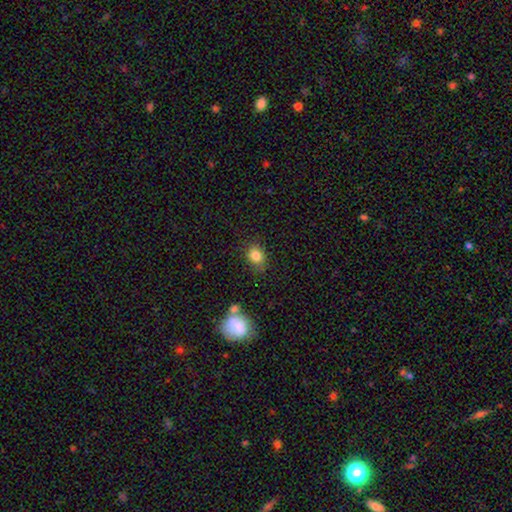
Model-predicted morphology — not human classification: A smooth galaxy with no disk features (83%) that is round (51%). Merging: none (74%).